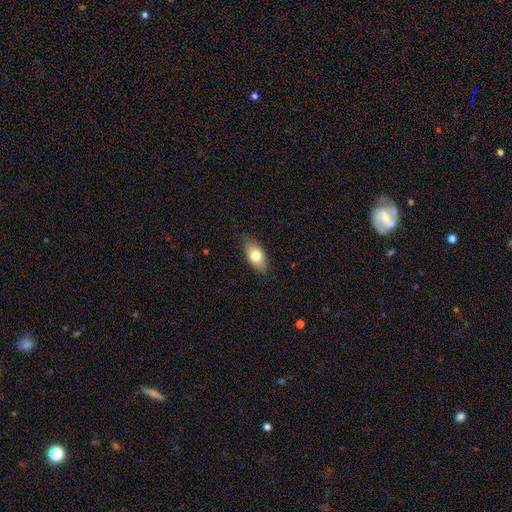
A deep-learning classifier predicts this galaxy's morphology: smooth 77%, featured or disk 16%, star or artifact 7%. Down the decision tree: how rounded — in between (87%); merging — none (82%).